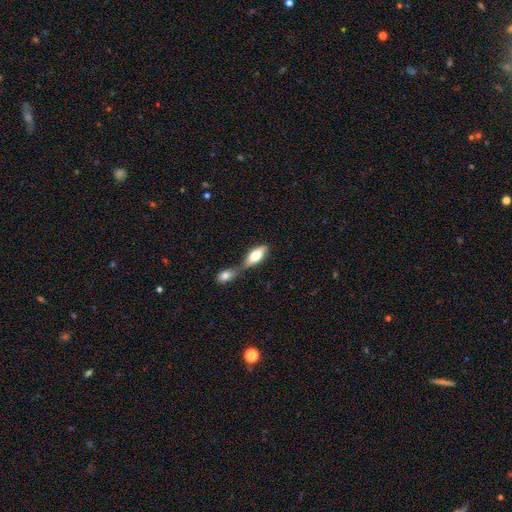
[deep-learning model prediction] smooth 74%, featured or disk 21%, star or artifact 6%. Down the decision tree: how rounded — in between (82%); merging — merger (57%).